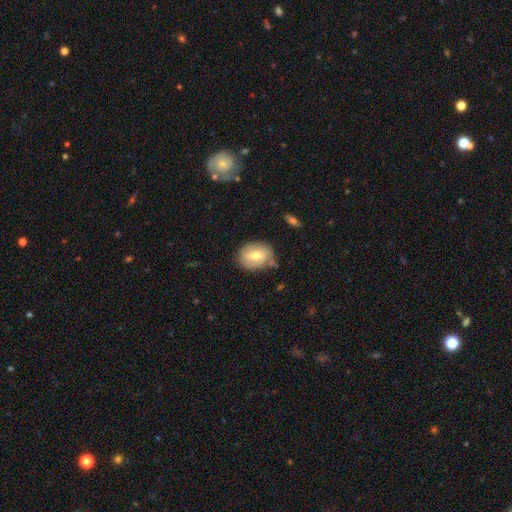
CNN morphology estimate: Smooth or featured: smooth — 63% (featured or disk — 29%)
How rounded: round — 56% (in between — 43%)
Merging: none — 74% (minor disturbance — 18%)